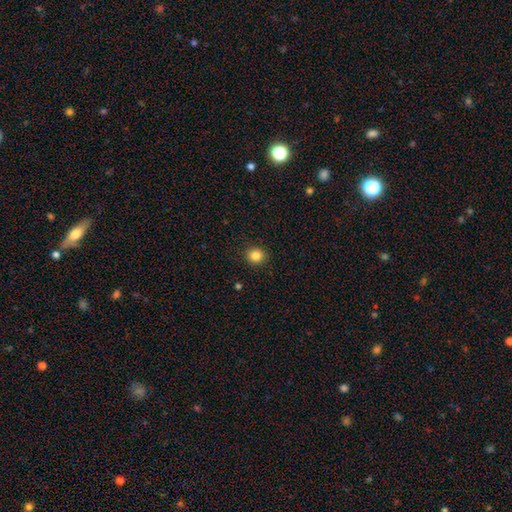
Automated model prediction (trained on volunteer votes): Overall: smooth (84%). How rounded: round (87%). Merging: none (91%).